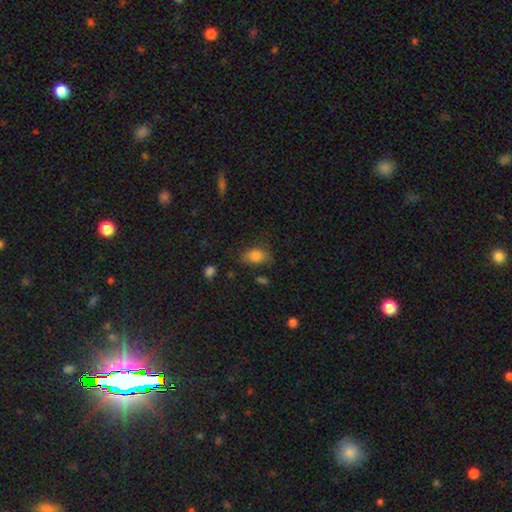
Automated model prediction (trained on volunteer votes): Q: Smooth or featured?
A: smooth (83%); runner-up: star or artifact (9%)
Q: How rounded?
A: in between (84%); runner-up: round (14%)
Q: Merging?
A: none (66%); runner-up: minor disturbance (23%)